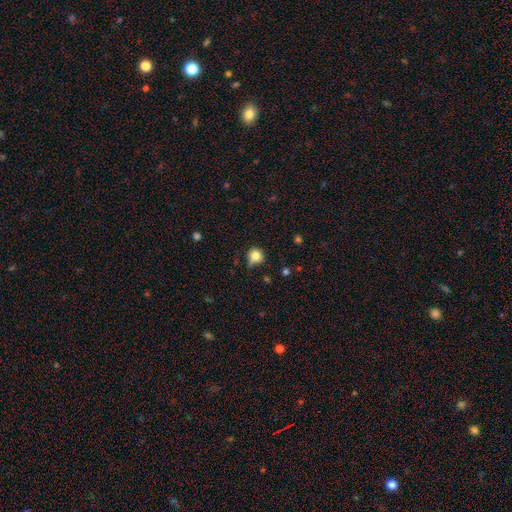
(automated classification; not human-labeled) smooth 80%, star or artifact 11%, featured or disk 9%. Down the decision tree: how rounded — round (84%); merging — none (50%).